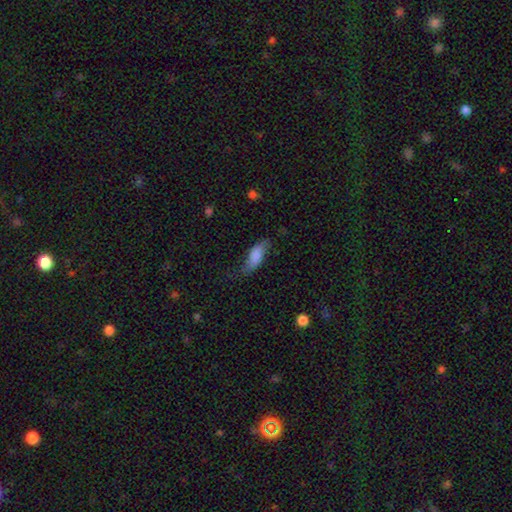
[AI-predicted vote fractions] Morphology: type=smooth (71%); roundness=in between (75%); merging=none (52%).